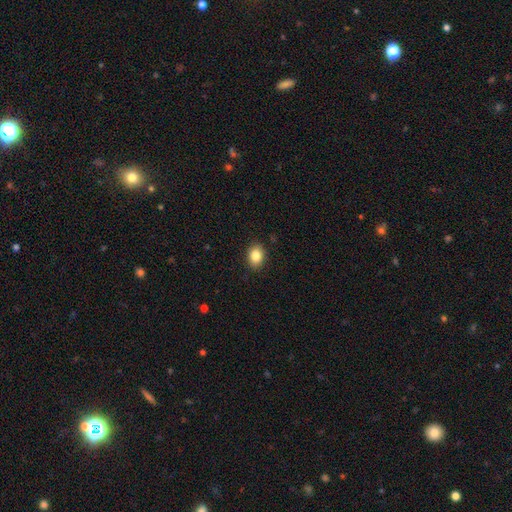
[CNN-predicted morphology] smooth_or_featured: smooth (p=0.84) [alt: star or artifact p=0.09]
how_rounded: in between (p=0.71) [alt: round p=0.28]
merging: none (p=0.88) [alt: minor disturbance p=0.09]